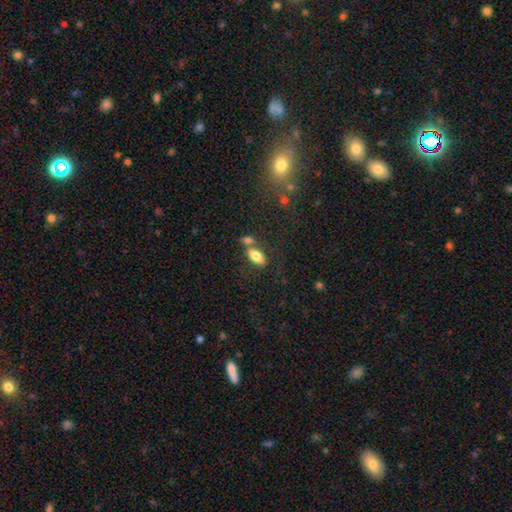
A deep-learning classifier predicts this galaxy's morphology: This is likely a smooth galaxy (78%). How rounded: clearly in between (89%). Merging: possibly none (57%).